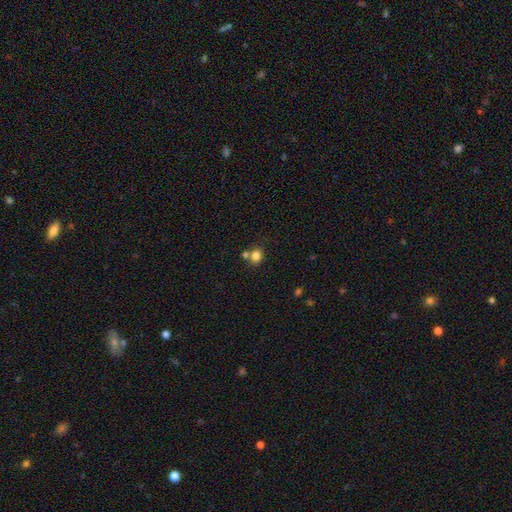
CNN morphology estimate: This appears to be a smooth galaxy with no disk features (81%) that is round (64%). Merging: none (57%).